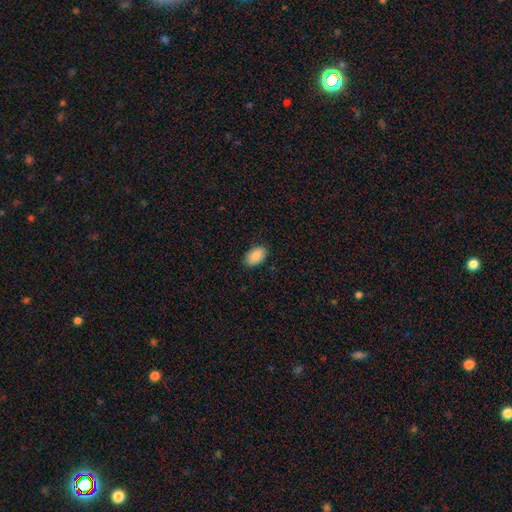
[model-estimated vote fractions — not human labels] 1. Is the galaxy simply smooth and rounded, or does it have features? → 90% smooth, 7% star or artifact, 4% featured or disk.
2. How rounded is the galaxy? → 93% in between, 6% round, 1% cigar-shaped.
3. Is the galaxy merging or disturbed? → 88% none, 9% minor disturbance, 2% major disturbance, 1% merger.